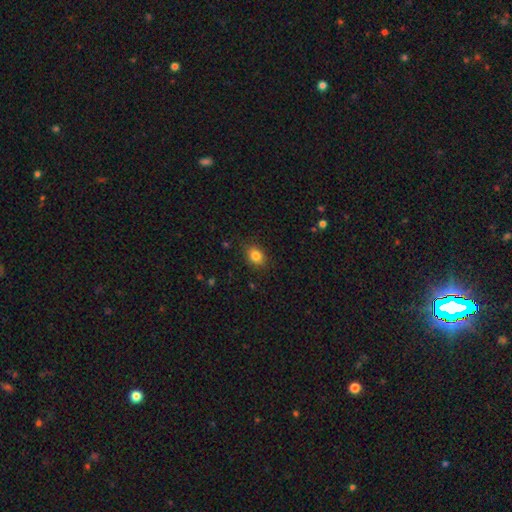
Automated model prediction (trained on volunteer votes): This appears to be a smooth galaxy with no disk features (83%) that is in between round and cigar-shaped (57%). Merging: none (85%).